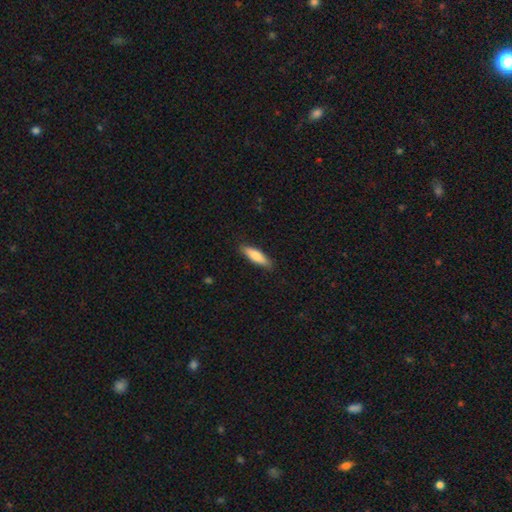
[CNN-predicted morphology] type=smooth (79%); roundness=cigar-shaped (60%); merging=none (87%).